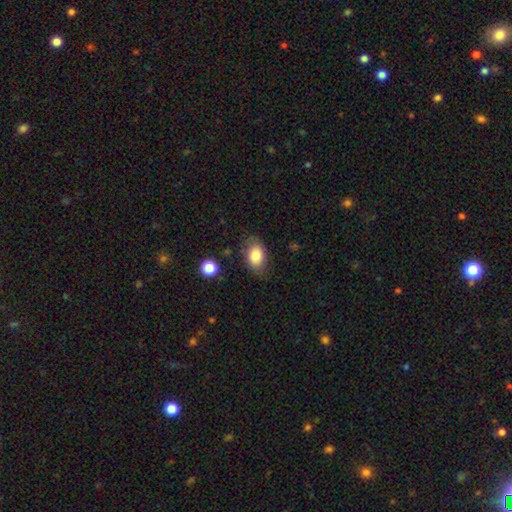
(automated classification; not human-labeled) smooth 81%, featured or disk 11%, star or artifact 8%. Down the decision tree: how rounded — in between (83%); merging — none (72%).